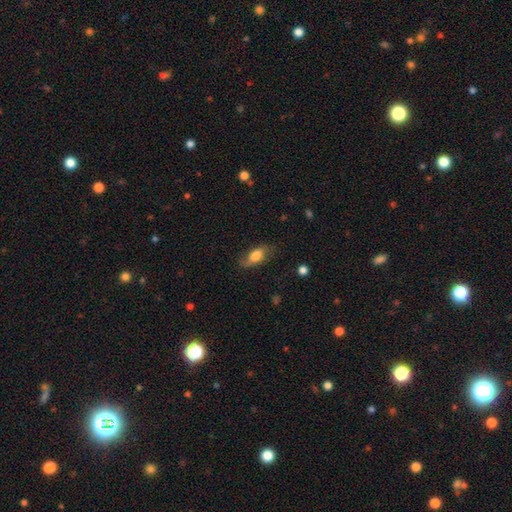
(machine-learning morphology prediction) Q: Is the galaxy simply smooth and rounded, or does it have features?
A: smooth — 68%.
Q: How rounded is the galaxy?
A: in between — 83%.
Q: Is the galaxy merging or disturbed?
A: none — 68%.